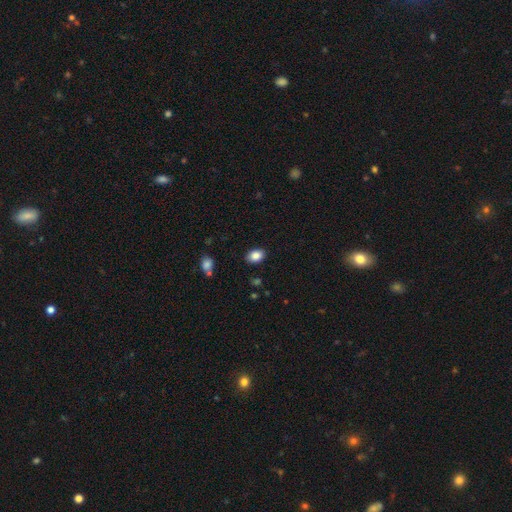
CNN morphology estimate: Smooth or featured? Predicted: smooth (p=0.87). How rounded? Predicted: in between (p=0.77). Merging? Predicted: none (p=0.88).